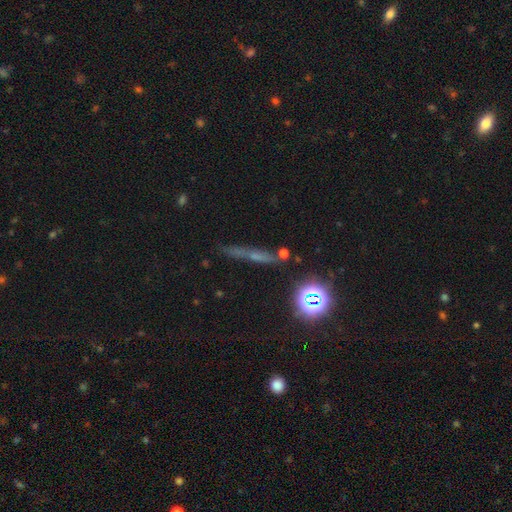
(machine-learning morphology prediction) Smooth or featured? Predicted: featured or disk (p=0.36). Merging? Predicted: none (p=0.79).